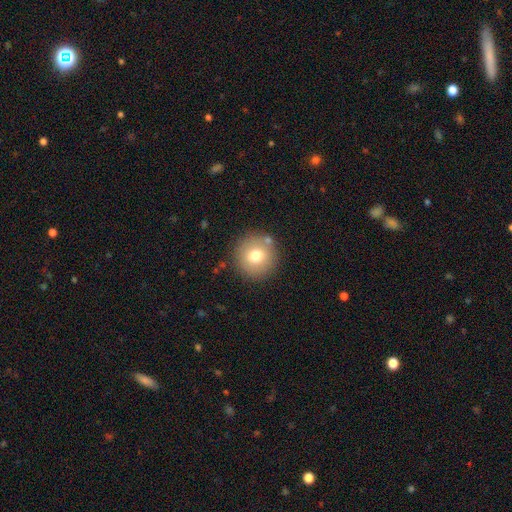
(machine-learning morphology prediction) The model was most divided on "smooth or featured": smooth: 73%, featured or disk: 16%, star or artifact: 11%. More confident: how rounded — round (94%); merging — none (85%).